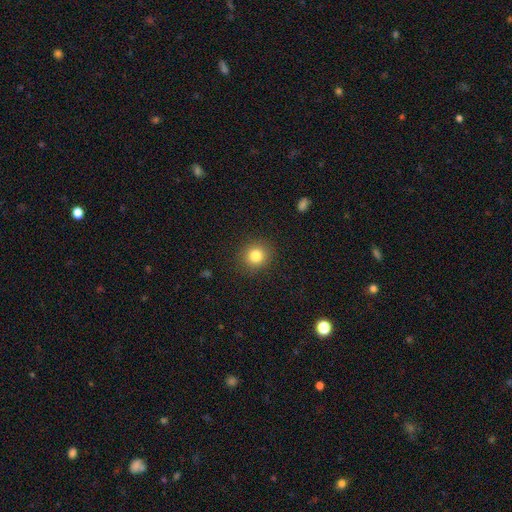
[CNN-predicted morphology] The model was most divided on "smooth or featured": smooth: 82%, star or artifact: 11%, featured or disk: 7%. More confident: merging — none (89%); how rounded — round (87%).